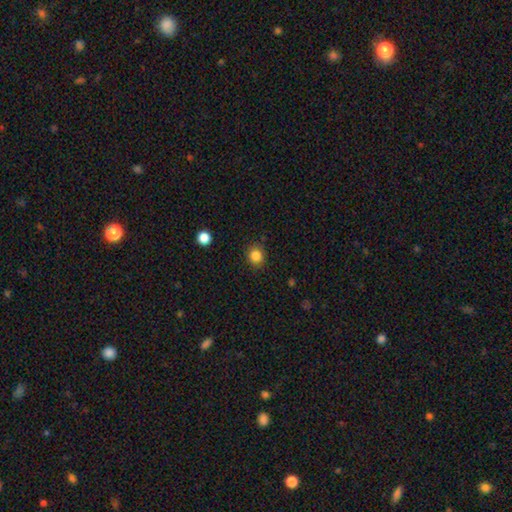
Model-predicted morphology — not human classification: Smooth or featured? smooth (85%)
How rounded? round (83%)
Merging? none (87%)